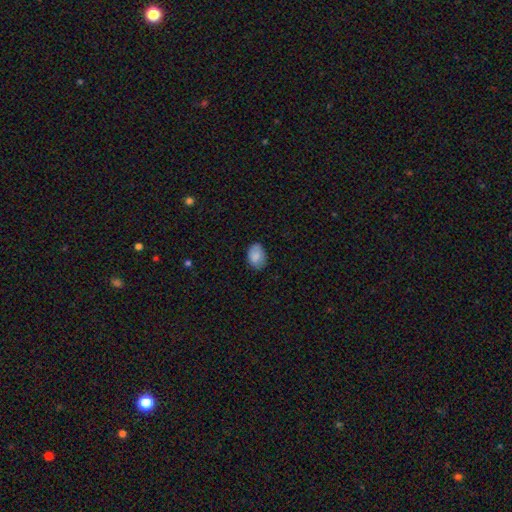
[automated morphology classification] Overall: smooth (85%). How rounded: in between (82%). Merging: none (78%).